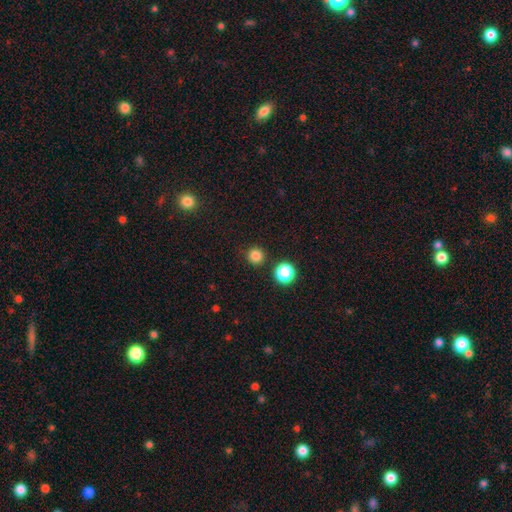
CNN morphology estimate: Smooth or featured? smooth (82%)
How rounded? round (95%)
Merging? none (89%)